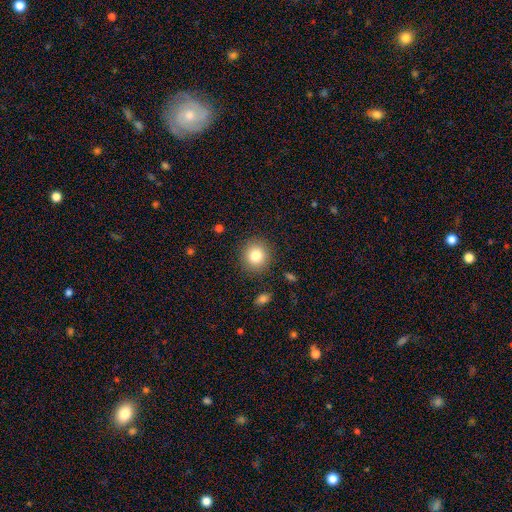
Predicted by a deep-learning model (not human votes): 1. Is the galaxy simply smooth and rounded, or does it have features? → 81% smooth, 11% star or artifact, 8% featured or disk.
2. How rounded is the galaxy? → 89% round, 10% in between, 1% cigar-shaped.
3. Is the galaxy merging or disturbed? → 89% none, 7% minor disturbance, 3% major disturbance, 1% merger.